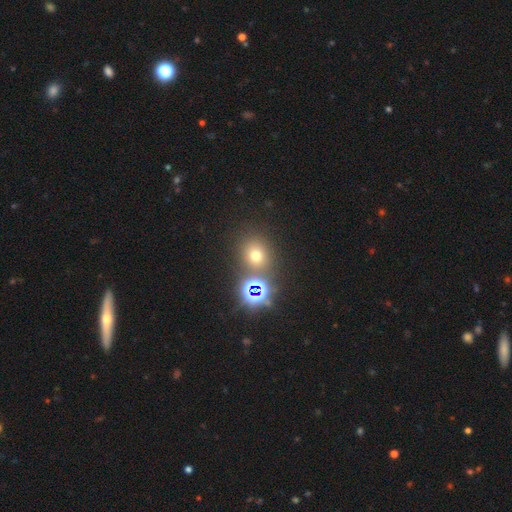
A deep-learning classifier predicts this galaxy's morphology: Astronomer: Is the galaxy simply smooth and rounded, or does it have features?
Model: smooth — 59%.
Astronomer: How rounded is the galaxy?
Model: round — 79%.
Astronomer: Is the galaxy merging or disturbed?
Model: none — 77%.